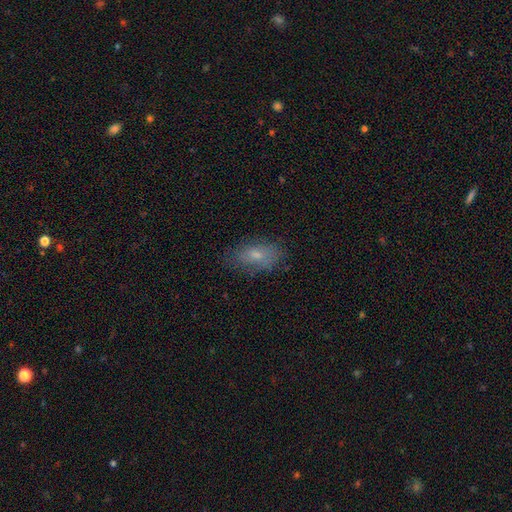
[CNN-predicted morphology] This appears to be a smooth galaxy with no disk features (69%) that is in between round and cigar-shaped (89%). Merging: none (72%).